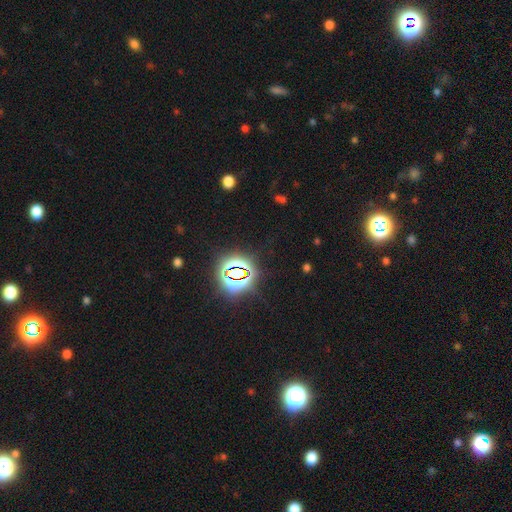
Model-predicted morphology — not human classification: A star or artifact, not a galaxy (79%).